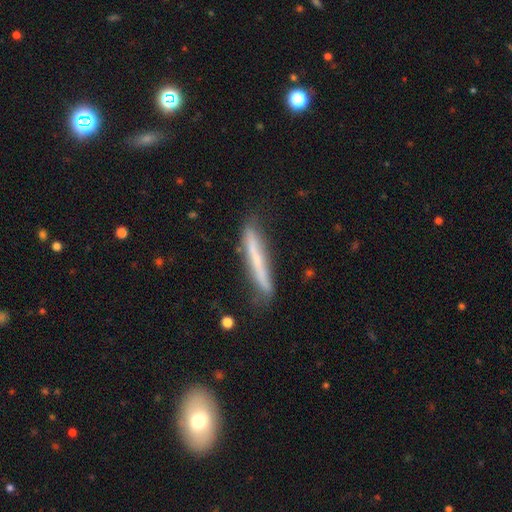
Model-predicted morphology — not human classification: smooth 50%, featured or disk 43%, star or artifact 7%. Down the decision tree: merging — none (75%).